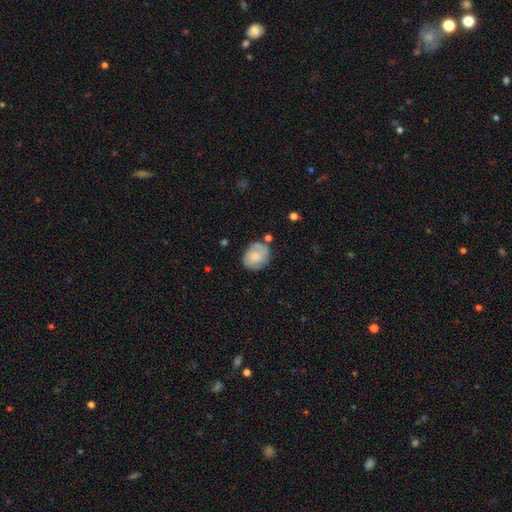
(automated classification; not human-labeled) Smooth or featured: smooth — 61% (featured or disk — 32%)
How rounded: round — 52% (in between — 47%)
Merging: none — 66% (minor disturbance — 22%)